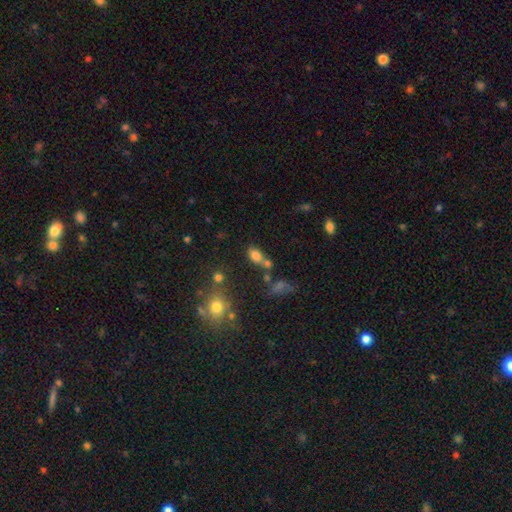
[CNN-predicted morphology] A smooth galaxy with no disk features (76%) that is in between round and cigar-shaped (82%). Merging: none (46%).